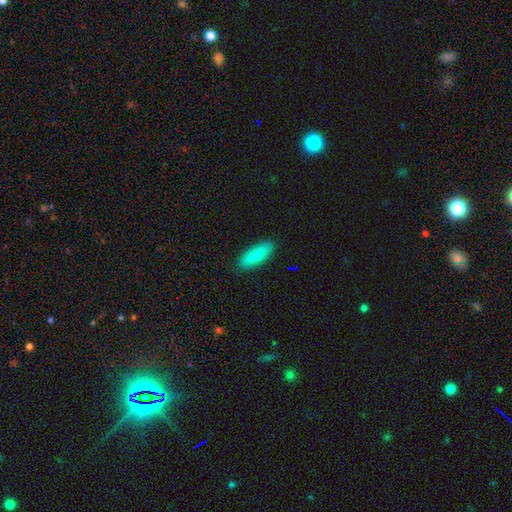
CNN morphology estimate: smooth 83%, featured or disk 11%, star or artifact 6%. Down the decision tree: how rounded — in between (69%); merging — none (89%).